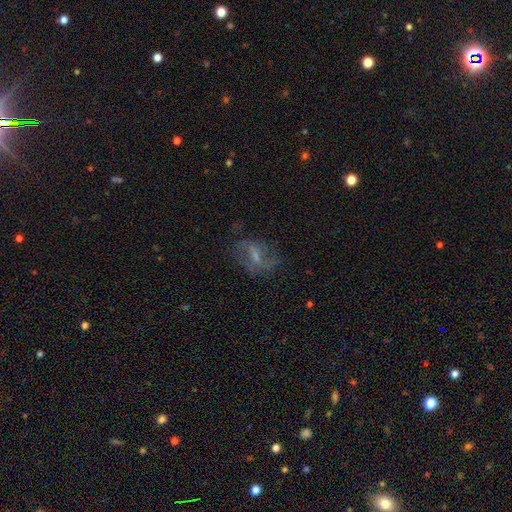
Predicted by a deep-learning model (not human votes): This appears to be a featured or disk galaxy (55%) with a weak bar (47%), spiral arms (57%) and a small central bulge (40%). Merging: none (54%).